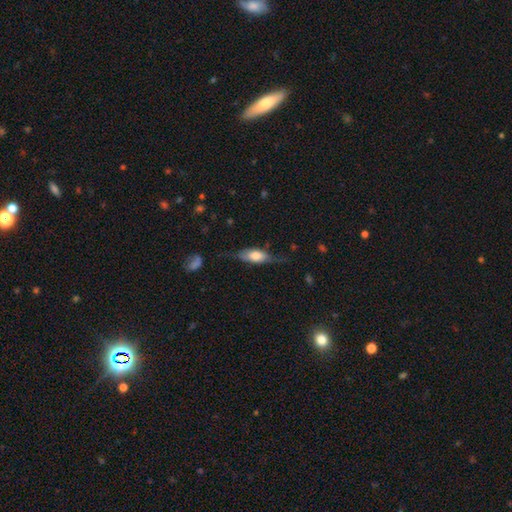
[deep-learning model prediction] Smooth or featured? smooth (51%)
How rounded? in between (69%)
Merging? none (57%)